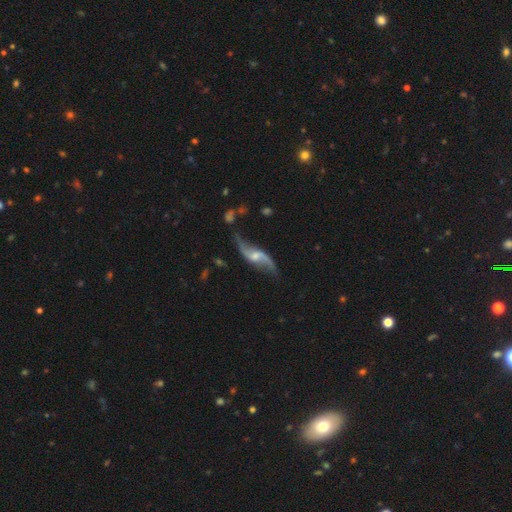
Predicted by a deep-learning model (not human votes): Morphology: type=featured or disk (87%); edge-on=no (92%); bar=weak (43%); spiral arms=yes (95%); winding=loose (90%); arm count=2 (93%); bulge=small (45%); merging=none (65%).